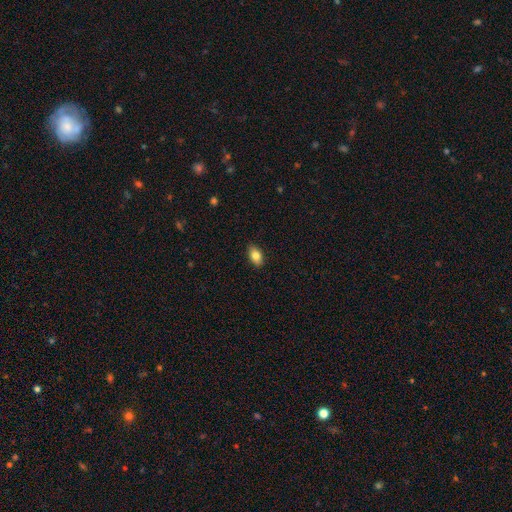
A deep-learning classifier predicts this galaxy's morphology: smooth_or_featured: smooth (p=0.82) [alt: featured or disk p=0.11]
how_rounded: in between (p=0.90) [alt: round p=0.07]
merging: none (p=0.89) [alt: minor disturbance p=0.09]